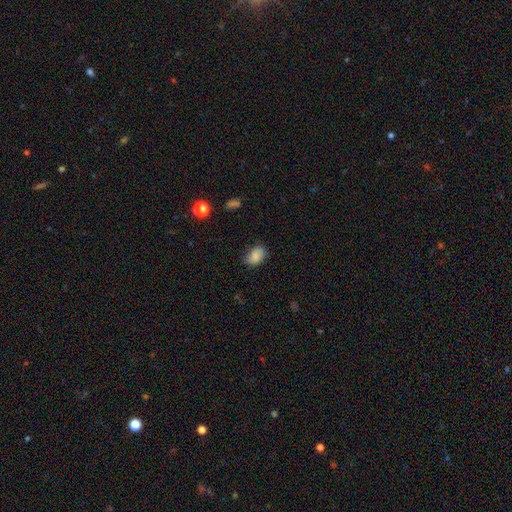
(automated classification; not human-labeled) smooth 84%, star or artifact 8%, featured or disk 8%. Down the decision tree: how rounded — in between (85%); merging — none (78%).